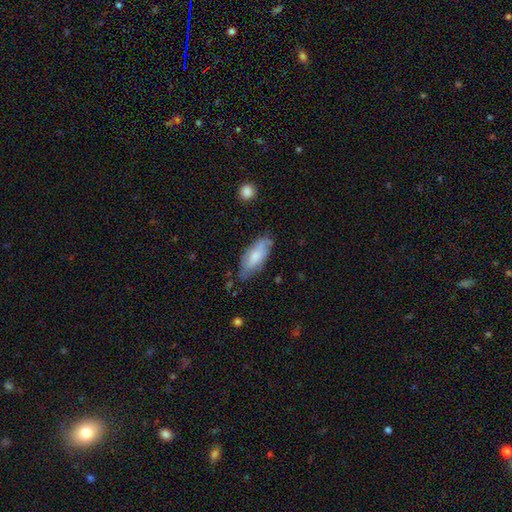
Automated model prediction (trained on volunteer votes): The model was most divided on "merging": none: 66%, minor disturbance: 26%, major disturbance: 5%, merger: 2%. More confident: how rounded — in between (78%); smooth or featured — smooth (67%).